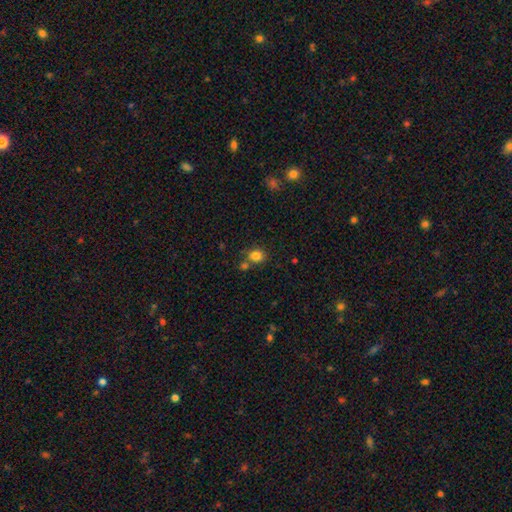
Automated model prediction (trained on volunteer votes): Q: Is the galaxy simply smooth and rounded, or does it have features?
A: smooth — 82%.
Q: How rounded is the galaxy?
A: round — 68%.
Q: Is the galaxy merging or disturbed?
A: none — 67%.